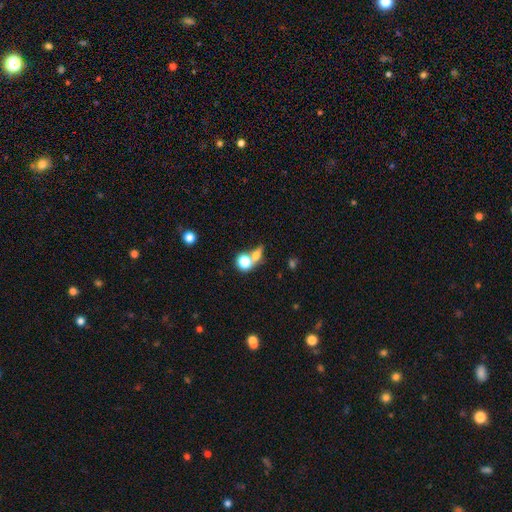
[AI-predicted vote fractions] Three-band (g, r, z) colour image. It shows a smooth galaxy with no disk features (68%) that is round (50%). Merging: merger (48%).